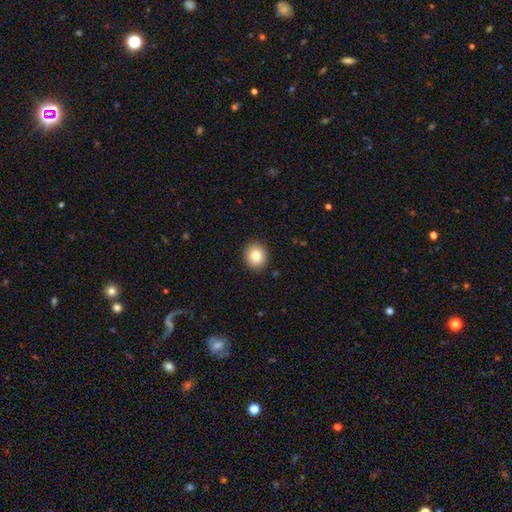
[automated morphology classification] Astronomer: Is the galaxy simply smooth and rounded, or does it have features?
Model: smooth — 82%.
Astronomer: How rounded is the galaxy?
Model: round — 84%.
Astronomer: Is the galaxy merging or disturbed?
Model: none — 91%.